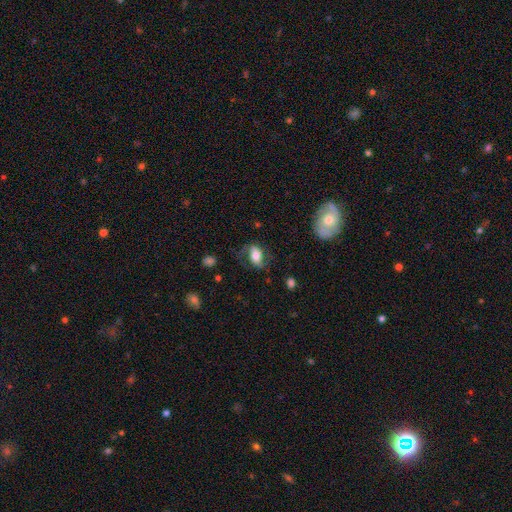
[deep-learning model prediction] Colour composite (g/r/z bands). It shows a smooth galaxy with no disk features (56%) that is in between round and cigar-shaped (87%). Merging: none (60%).